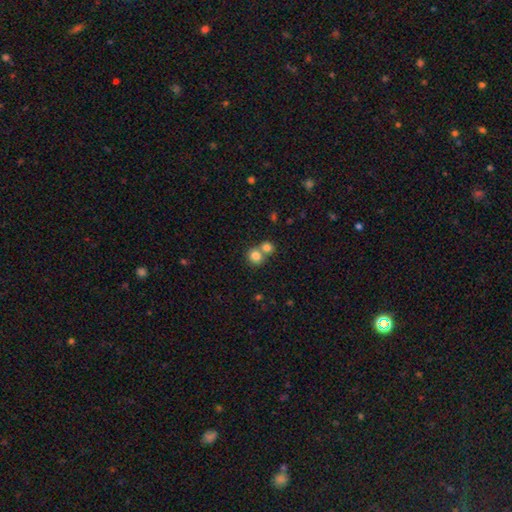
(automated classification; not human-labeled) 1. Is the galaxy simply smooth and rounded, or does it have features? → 81% smooth, 11% star or artifact, 8% featured or disk.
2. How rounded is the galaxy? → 78% round, 21% in between, 1% cigar-shaped.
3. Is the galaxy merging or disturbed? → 47% merger, 45% none, 6% minor disturbance, 2% major disturbance.